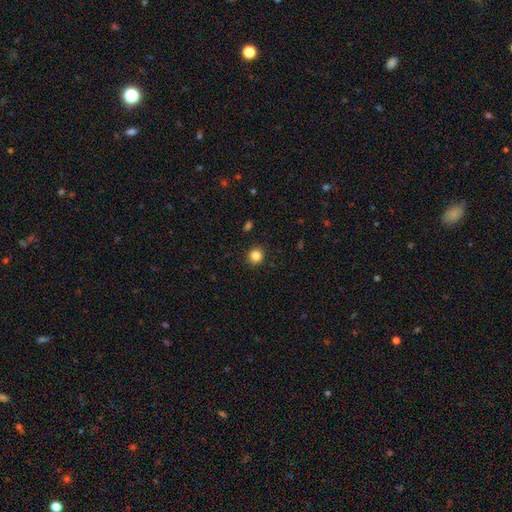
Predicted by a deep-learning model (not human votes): Smooth or featured? smooth (84%)
How rounded? round (89%)
Merging? none (92%)